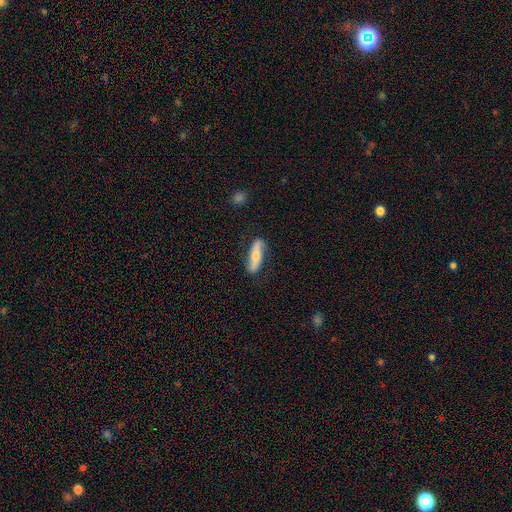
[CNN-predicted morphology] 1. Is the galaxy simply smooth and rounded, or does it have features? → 50% smooth, 44% featured or disk, 6% star or artifact.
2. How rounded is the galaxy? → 63% cigar-shaped, 34% in between, 3% round.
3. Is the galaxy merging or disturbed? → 81% none, 14% minor disturbance, 3% major disturbance, 2% merger.